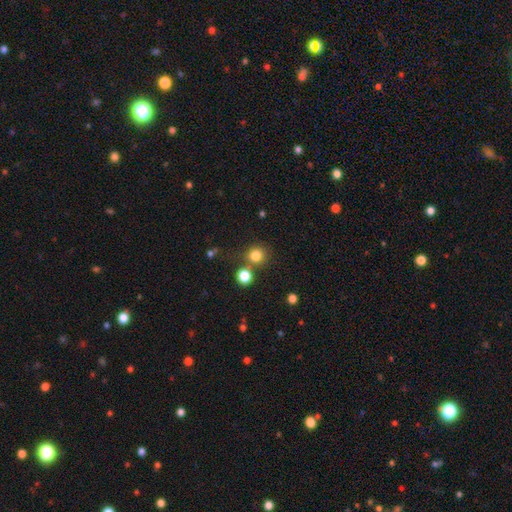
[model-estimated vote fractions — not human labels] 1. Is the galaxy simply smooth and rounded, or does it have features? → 79% smooth, 15% star or artifact, 6% featured or disk.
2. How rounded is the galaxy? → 91% round, 9% in between, 1% cigar-shaped.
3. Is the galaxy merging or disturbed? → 72% none, 15% merger, 9% minor disturbance, 4% major disturbance.